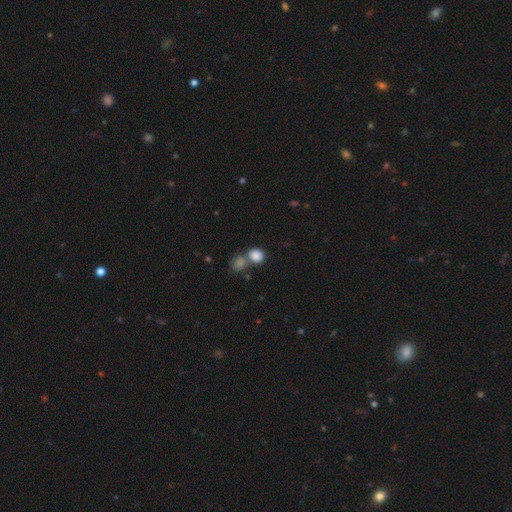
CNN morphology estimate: Q: Smooth or featured?
A: smooth (85%); runner-up: star or artifact (10%)
Q: How rounded?
A: round (69%); runner-up: in between (30%)
Q: Merging?
A: none (45%); runner-up: merger (43%)